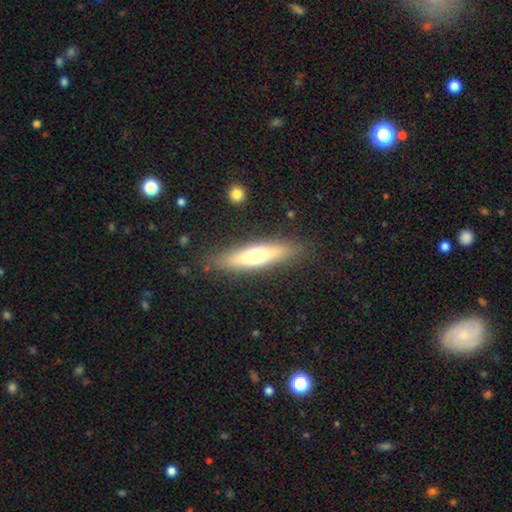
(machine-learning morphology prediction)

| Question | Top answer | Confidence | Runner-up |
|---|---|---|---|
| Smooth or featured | smooth | 55% | featured or disk (38%) |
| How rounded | cigar-shaped | 76% | in between (22%) |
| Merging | none | 86% | minor disturbance (10%) |